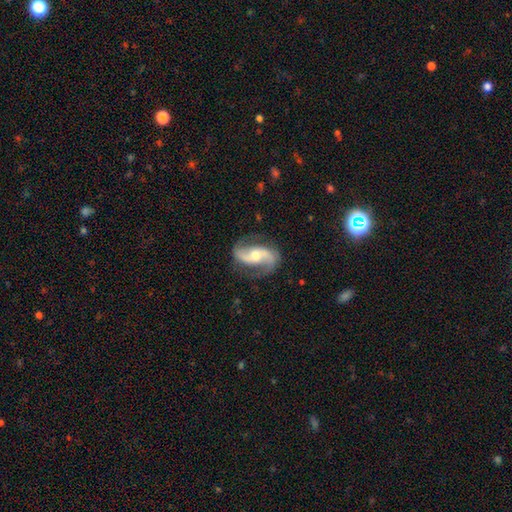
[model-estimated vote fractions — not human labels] Smooth or featured? featured or disk (88%)
Edge-on disk? no (97%)
Bar? no (43%)
Spiral arms? yes (96%)
Spiral winding? loose (54%)
Spiral arm count? 2 (93%)
Bulge size? moderate (64%)
Merging? none (79%)